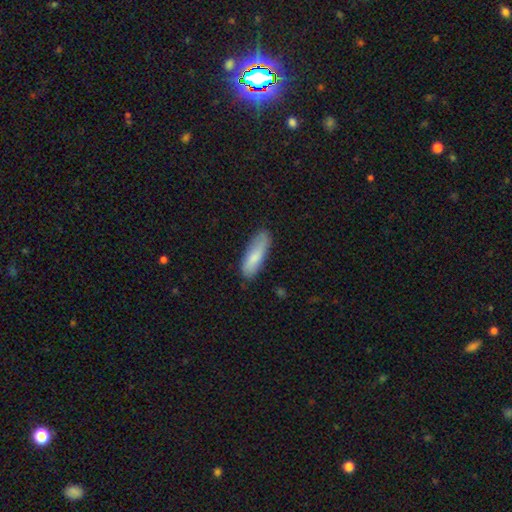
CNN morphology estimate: Q: Smooth or featured?
A: smooth (81%); runner-up: featured or disk (14%)
Q: How rounded?
A: in between (50%); runner-up: cigar-shaped (48%)
Q: Merging?
A: none (78%); runner-up: minor disturbance (17%)